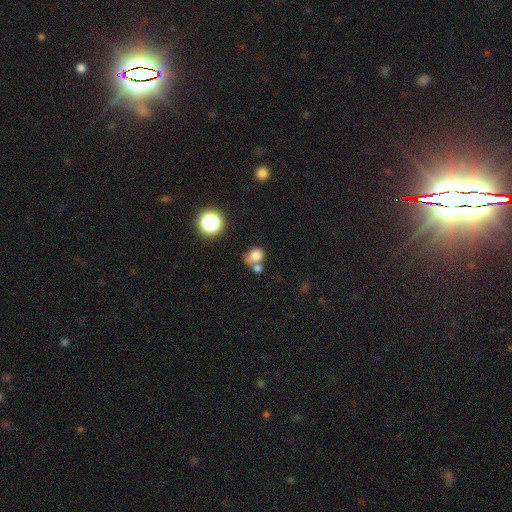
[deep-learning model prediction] A smooth galaxy with no disk features (77%) that is round (60%). Merging: merger (41%).